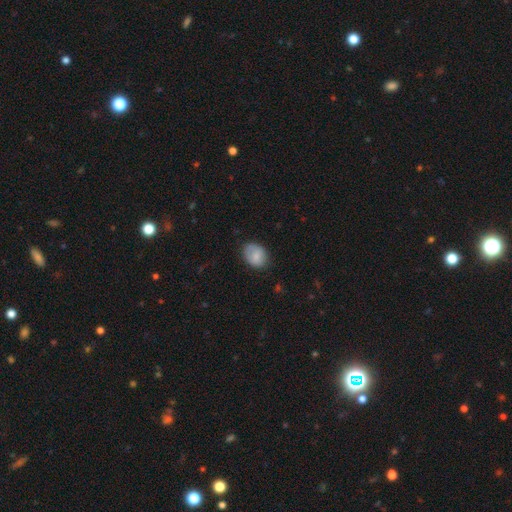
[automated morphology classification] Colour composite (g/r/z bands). It shows a smooth galaxy with no disk features (81%) that is in between round and cigar-shaped (65%). Merging: none (71%).